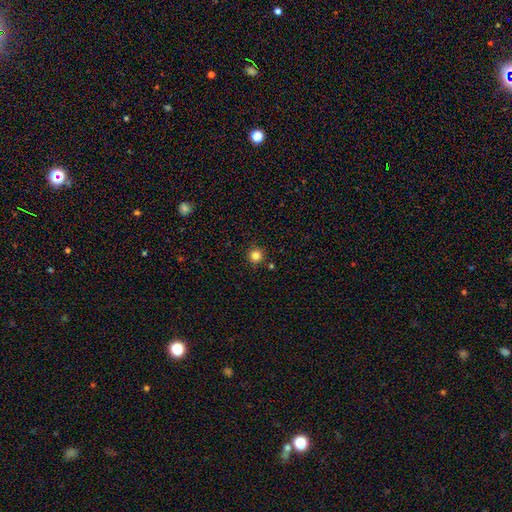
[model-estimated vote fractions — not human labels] A smooth galaxy with no disk features (83%) that is round (96%).

Vote fractions:
- Smooth or featured? smooth: 83% / star or artifact: 13% / featured or disk: 5%
- How rounded? round: 96% / in between: 3% / cigar-shaped: 1%
- Merging? none: 90% / minor disturbance: 6% / merger: 3% / major disturbance: 2%